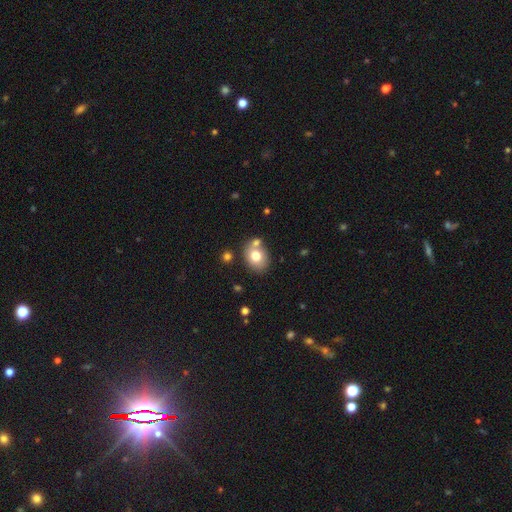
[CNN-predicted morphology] smooth-or-featured: smooth: 74% | featured or disk: 16% | star or artifact: 10%
  how-rounded: in between: 55% | round: 44% | cigar-shaped: 1%
  merging: none: 61% | merger: 22% | minor disturbance: 13% | major disturbance: 4%